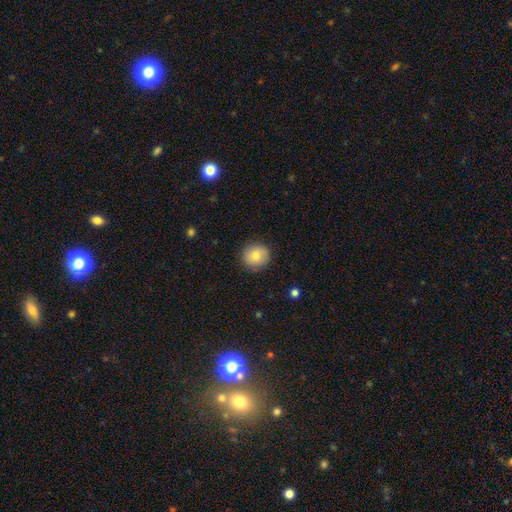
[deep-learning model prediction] A smooth galaxy with no disk features (81%) that is round (90%).

Vote fractions:
- Smooth or featured? smooth: 81% / featured or disk: 10% / star or artifact: 8%
- How rounded? round: 90% / in between: 9% / cigar-shaped: 1%
- Merging? none: 87% / minor disturbance: 9% / major disturbance: 2% / merger: 1%